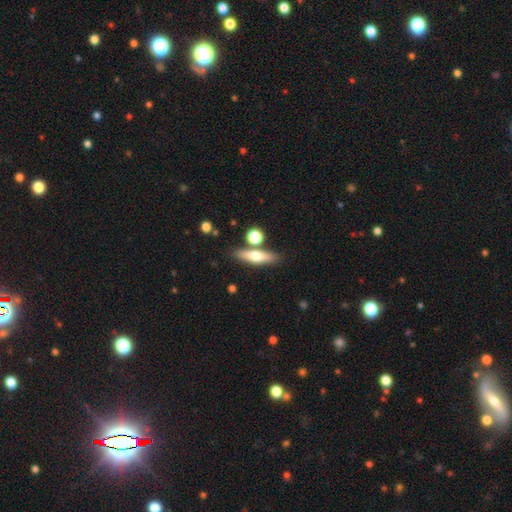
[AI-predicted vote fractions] The model was most divided on "smooth or featured": smooth: 54%, featured or disk: 39%, star or artifact: 7%. More confident: merging — none (75%); how rounded — cigar-shaped (68%).